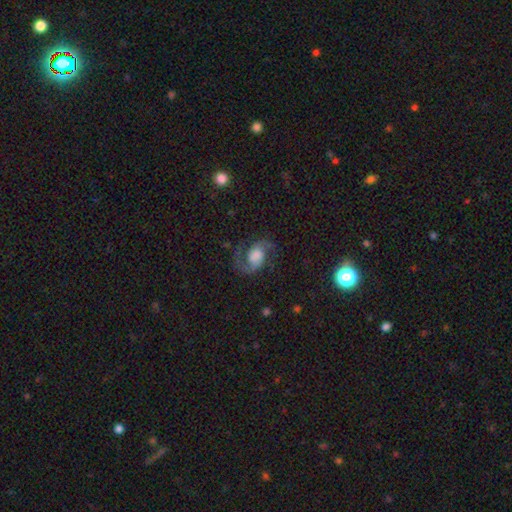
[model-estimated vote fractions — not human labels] Smooth or featured? featured or disk (82%)
Edge-on disk? no (98%)
Bar? no (60%)
Spiral arms? yes (96%)
Spiral winding? medium (50%)
Spiral arm count? 2 (92%)
Bulge size? large (39%)
Merging? none (71%)